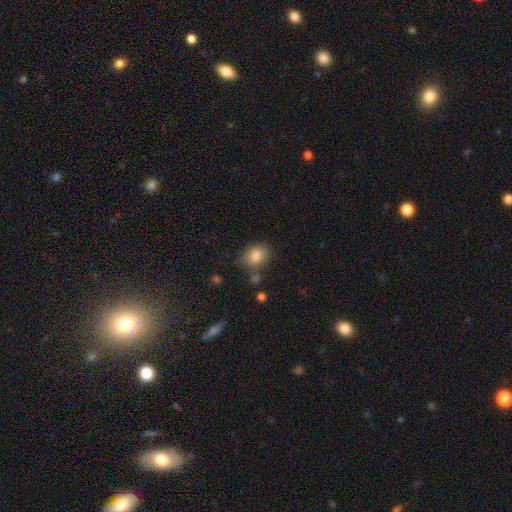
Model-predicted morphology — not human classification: A smooth galaxy with no disk features (84%) that is round (51%). Merging: none (66%).